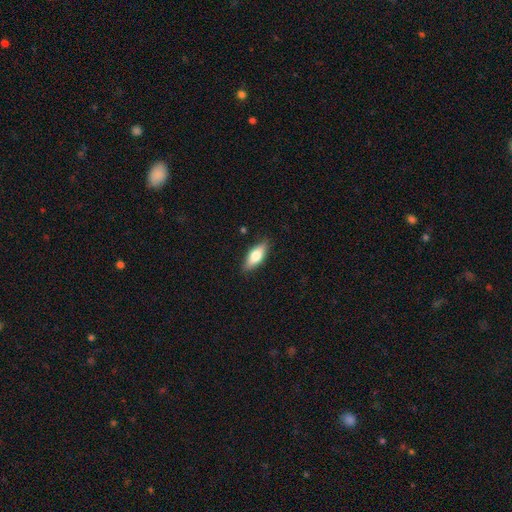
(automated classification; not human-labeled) Smooth or featured: smooth — 70% (featured or disk — 23%)
How rounded: in between — 74% (cigar-shaped — 24%)
Merging: none — 86% (minor disturbance — 10%)